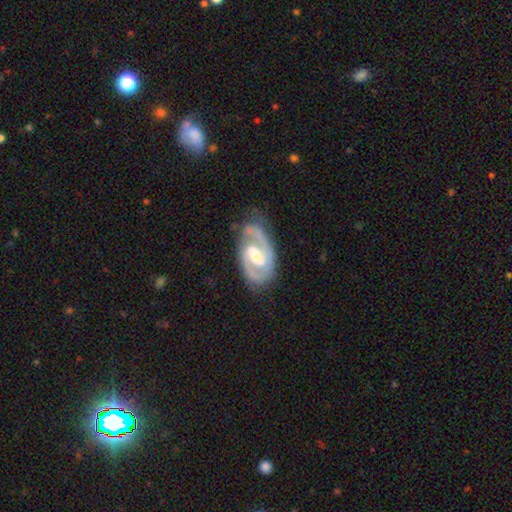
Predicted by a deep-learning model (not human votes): This is clearly a featured or disk galaxy (88%). It is clearly not viewed edge-on (97%). Bar: possibly weak (48%). Spiral arm pattern: clearly yes (95%). Spiral arm count: clearly 2 (88%). Spiral winding: possibly medium (46%). Central bulge: possibly moderate (55%). Merging: likely none (72%).